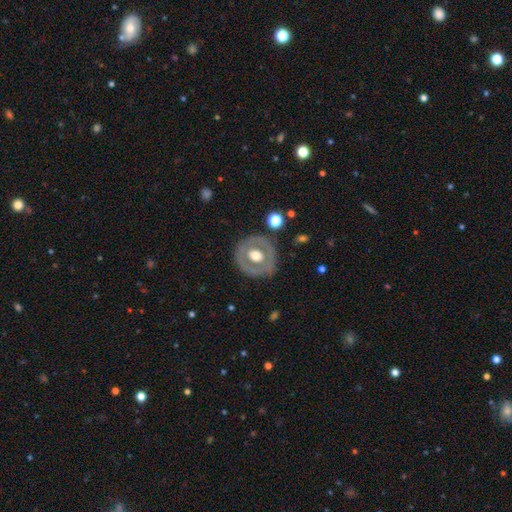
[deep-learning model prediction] smooth_or_featured: featured or disk (p=0.56) [alt: smooth p=0.38]
disk_edge_on: no (p=0.94) [alt: yes p=0.06]
bar: no (p=0.82) [alt: weak p=0.13]
has_spiral_arms: no (p=0.90) [alt: yes p=0.10]
bulge_size: moderate (p=0.58) [alt: large p=0.35]
merging: none (p=0.82) [alt: minor disturbance p=0.11]